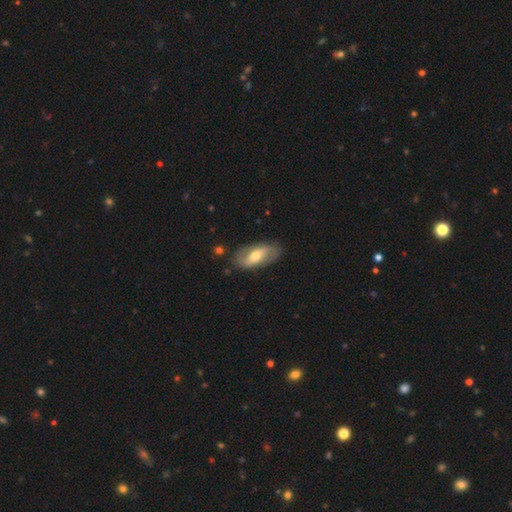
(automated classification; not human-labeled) Morphology: type=featured or disk (63%); edge-on=no (90%); bar=weak (39%); spiral arms=yes (74%); bulge=moderate (62%); merging=none (80%).